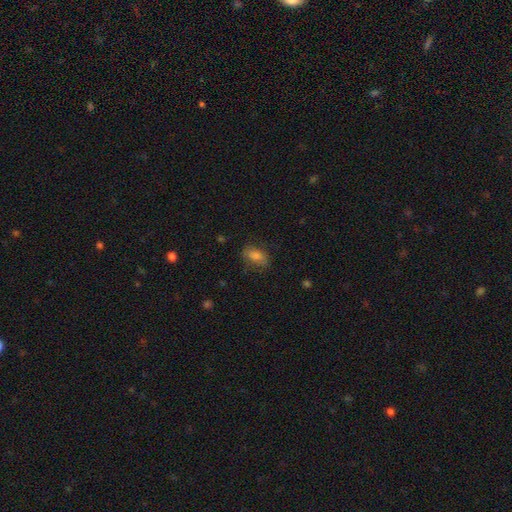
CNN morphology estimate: Smooth or featured: smooth — 77% (featured or disk — 12%)
How rounded: in between — 85% (round — 12%)
Merging: none — 71% (minor disturbance — 20%)